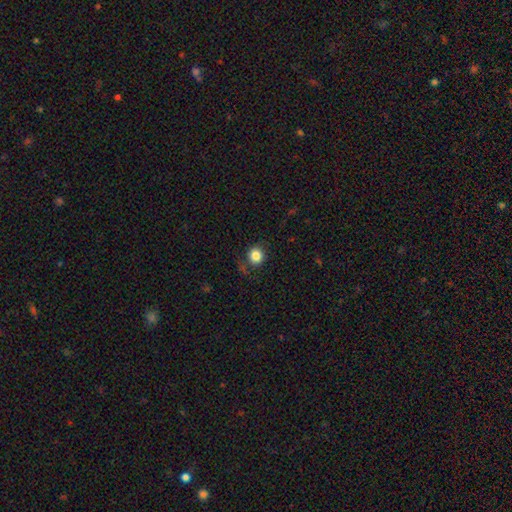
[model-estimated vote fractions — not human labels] Smooth or featured: smooth — 83% (star or artifact — 11%)
How rounded: round — 87% (in between — 12%)
Merging: none — 80% (minor disturbance — 13%)